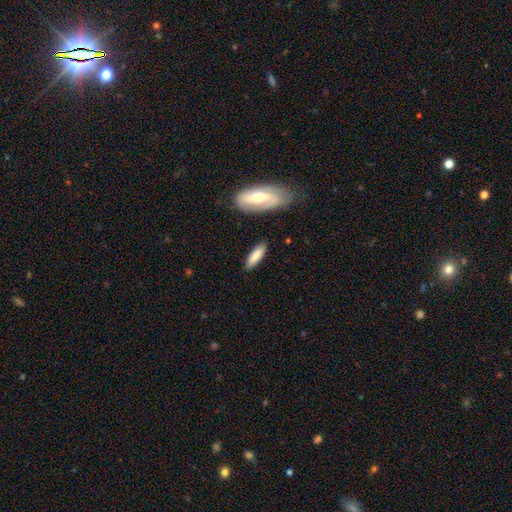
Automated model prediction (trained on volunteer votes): This appears to be a smooth galaxy with no disk features (80%) that is in between round and cigar-shaped (51%). Merging: none (83%).